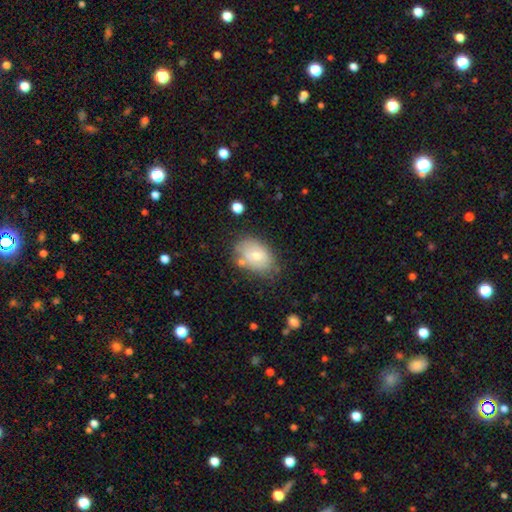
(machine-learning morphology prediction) The model was most divided on "smooth or featured": smooth: 66%, featured or disk: 26%, star or artifact: 8%. More confident: how rounded — in between (82%); merging — none (64%).